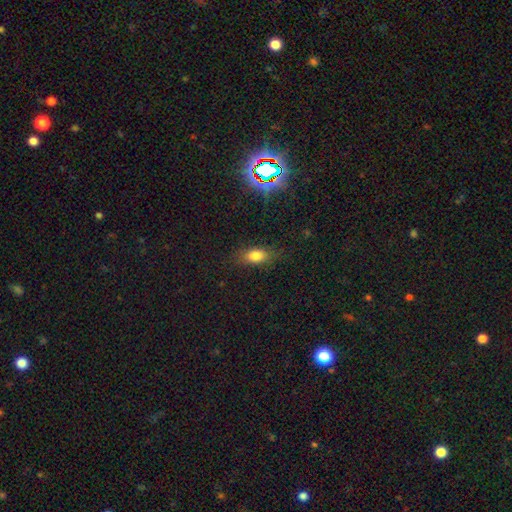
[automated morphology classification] Smooth or featured? smooth (76%)
How rounded? in between (81%)
Merging? none (80%)